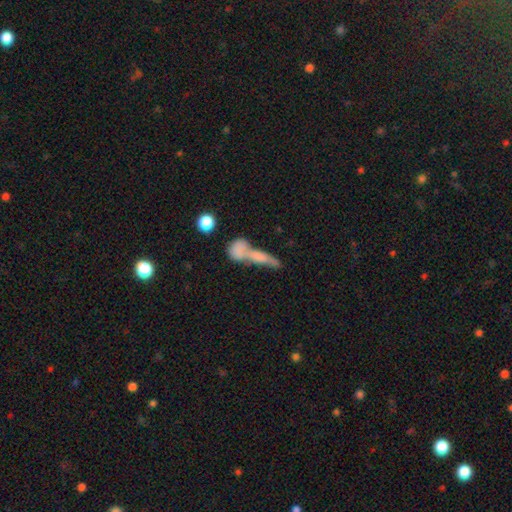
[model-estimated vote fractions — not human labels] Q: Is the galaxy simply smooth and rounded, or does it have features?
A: smooth — 55%.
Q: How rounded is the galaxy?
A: cigar-shaped — 50%.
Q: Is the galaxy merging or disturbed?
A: merger — 60%.